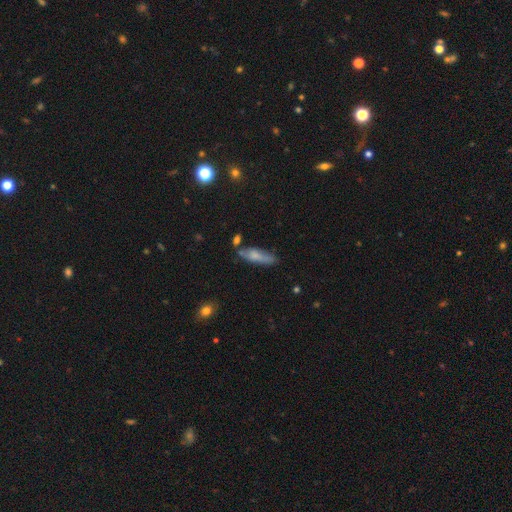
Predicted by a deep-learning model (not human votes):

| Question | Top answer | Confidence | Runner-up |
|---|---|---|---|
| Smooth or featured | smooth | 64% | featured or disk (28%) |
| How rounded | cigar-shaped | 60% | in between (37%) |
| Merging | none | 60% | minor disturbance (23%) |